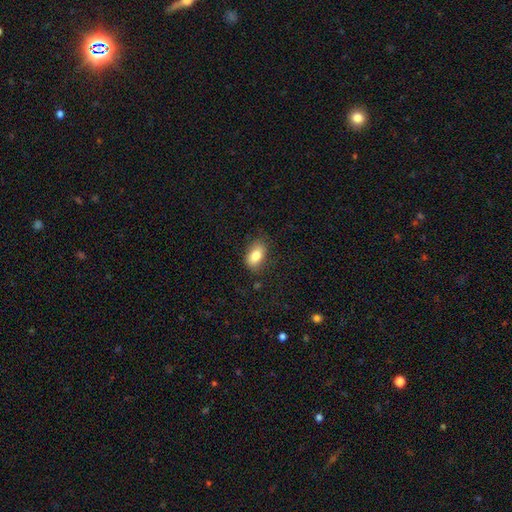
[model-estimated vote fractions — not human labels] smooth-or-featured: smooth: 82% | featured or disk: 10% | star or artifact: 8%
  how-rounded: in between: 89% | round: 8% | cigar-shaped: 2%
  merging: none: 78% | minor disturbance: 17% | major disturbance: 4% | merger: 1%